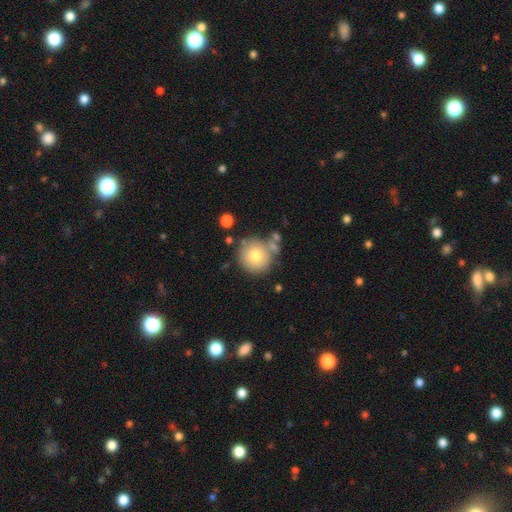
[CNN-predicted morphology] This appears to be a smooth galaxy with no disk features (74%) that is round (93%). Merging: none (68%).